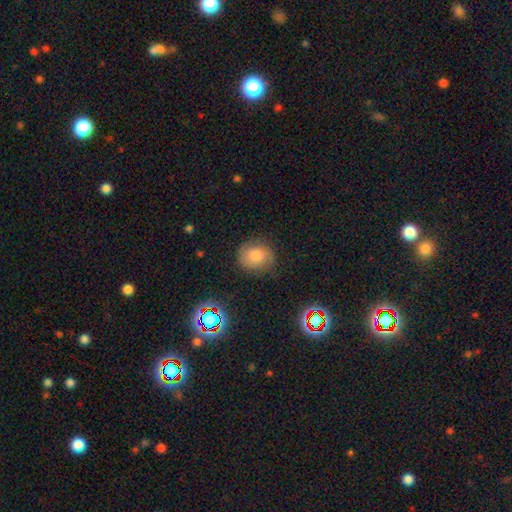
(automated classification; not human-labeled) Smooth or featured? smooth (58%)
How rounded? round (71%)
Merging? none (76%)